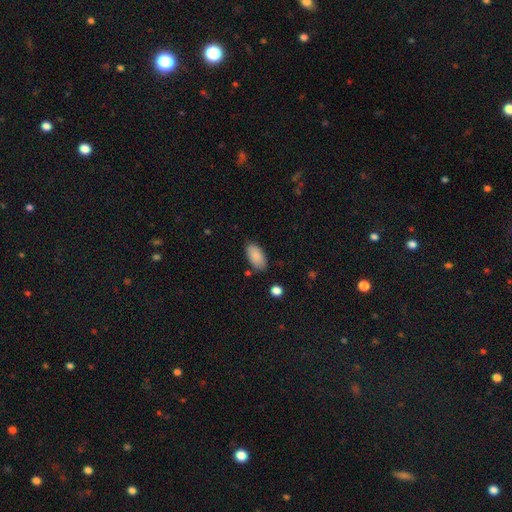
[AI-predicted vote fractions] The model was most divided on "merging": none: 82%, minor disturbance: 12%, major disturbance: 3%, merger: 3%. More confident: how rounded — in between (94%); smooth or featured — smooth (88%).